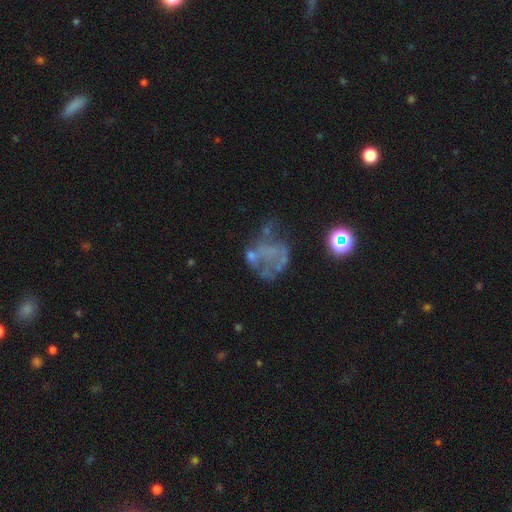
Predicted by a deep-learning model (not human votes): The model was most divided on "merging": major disturbance: 34%, none: 32%, merger: 17%, minor disturbance: 17%. More confident: edge-on disk — no (98%); bar — no (92%); spiral arms — no (91%); bulge size — none (81%); smooth or featured — featured or disk (54%).